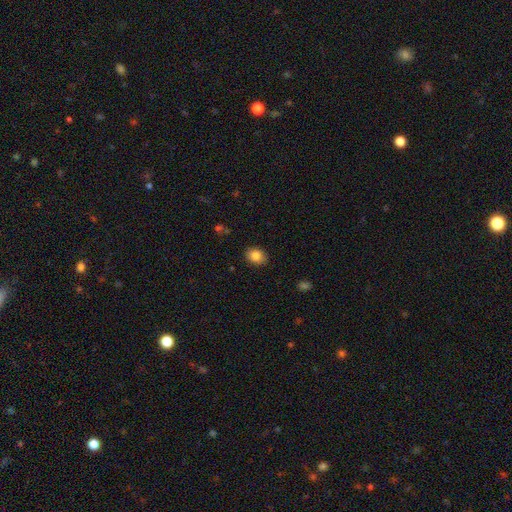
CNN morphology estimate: Overall: smooth (85%). How rounded: in between (57%; round 42%). Merging: none (86%).